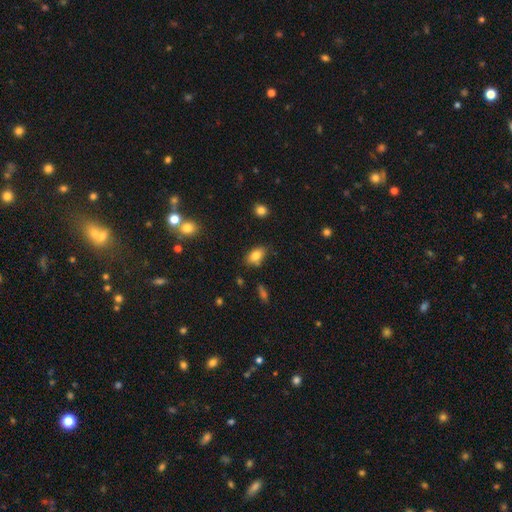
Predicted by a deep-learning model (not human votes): Morphology: type=smooth (81%); roundness=in between (87%); merging=none (78%).